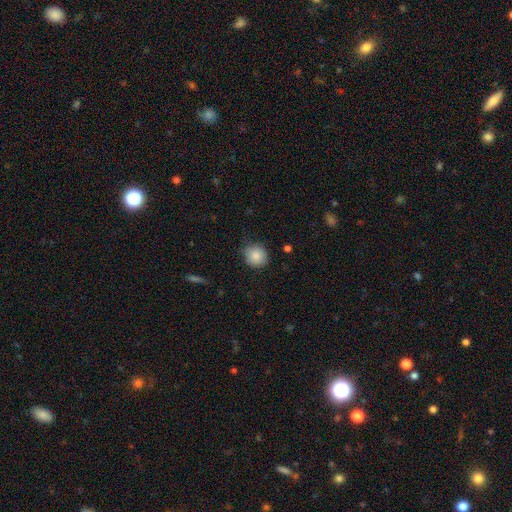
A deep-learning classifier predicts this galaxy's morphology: Smooth or featured? Predicted: smooth (p=0.87). How rounded? Predicted: round (p=0.90). Merging? Predicted: none (p=0.80).